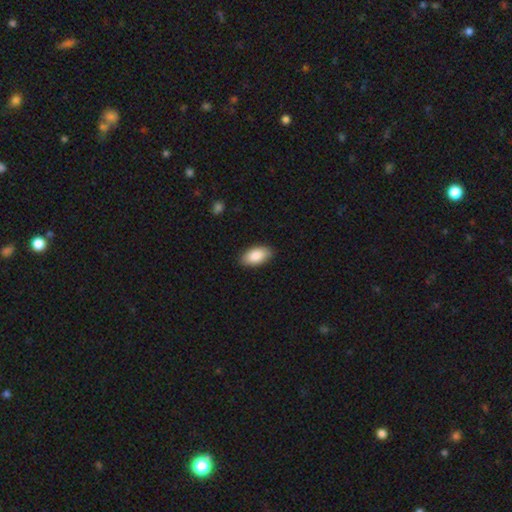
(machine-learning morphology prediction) This appears to be a smooth galaxy with no disk features (87%) that is in between round and cigar-shaped (94%). Merging: none (86%).